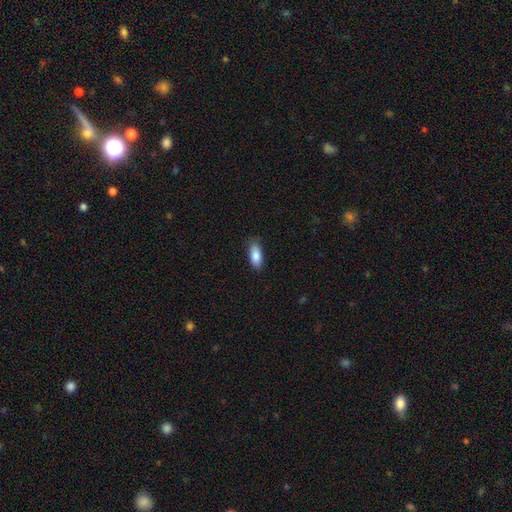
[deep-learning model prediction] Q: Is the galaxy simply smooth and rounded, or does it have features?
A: smooth — 86%.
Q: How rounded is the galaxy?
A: in between — 83%.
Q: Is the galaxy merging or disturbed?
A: none — 84%.